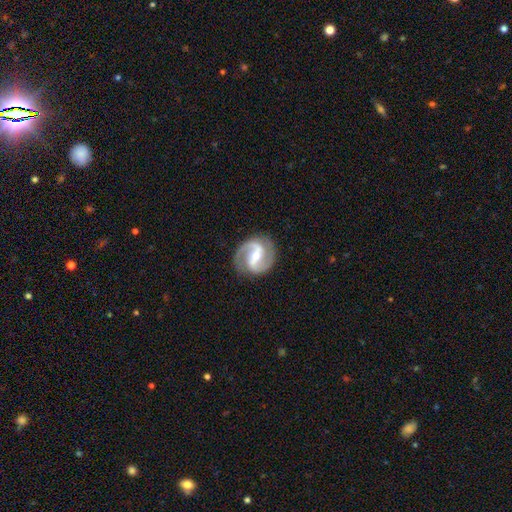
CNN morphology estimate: Q: Smooth or featured?
A: featured or disk (91%); runner-up: smooth (5%)
Q: Edge-on disk?
A: no (98%); runner-up: yes (2%)
Q: Bar?
A: strong (44%); runner-up: weak (38%)
Q: Spiral arms?
A: yes (97%); runner-up: no (3%)
Q: Spiral winding?
A: medium (56%); runner-up: tight (27%)
Q: Spiral arm count?
A: 2 (93%); runner-up: can't tell (2%)
Q: Bulge size?
A: moderate (58%); runner-up: small (38%)
Q: Merging?
A: none (85%); runner-up: minor disturbance (10%)